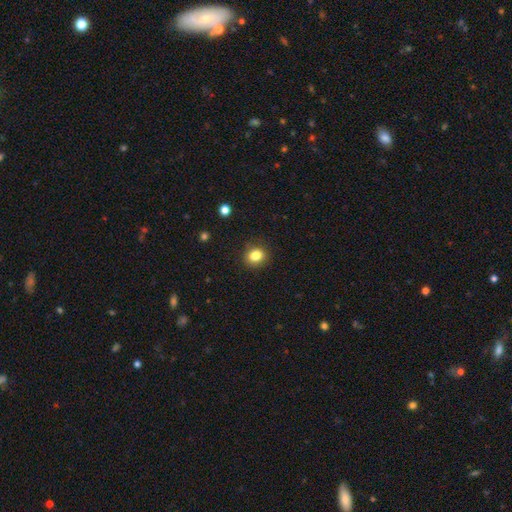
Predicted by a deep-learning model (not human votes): smooth_or_featured: smooth (p=0.84) [alt: star or artifact p=0.11]
how_rounded: round (p=0.71) [alt: in between p=0.28]
merging: none (p=0.89) [alt: minor disturbance p=0.08]